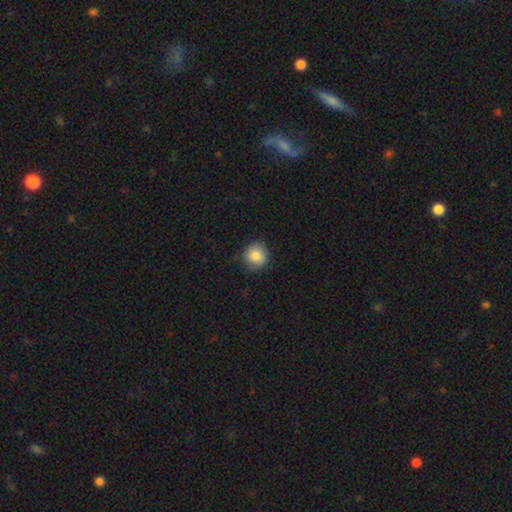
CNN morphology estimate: This appears to be a smooth galaxy with no disk features (86%) that is round (92%). Merging: none (85%).